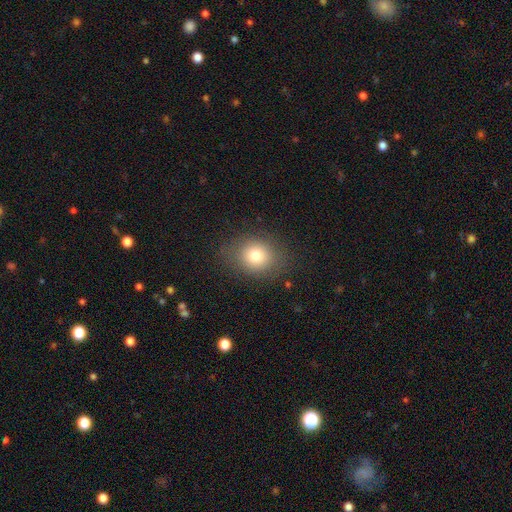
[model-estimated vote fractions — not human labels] smooth_or_featured: smooth (p=0.78) [alt: star or artifact p=0.12]
how_rounded: round (p=0.59) [alt: in between p=0.40]
merging: none (p=0.83) [alt: minor disturbance p=0.11]